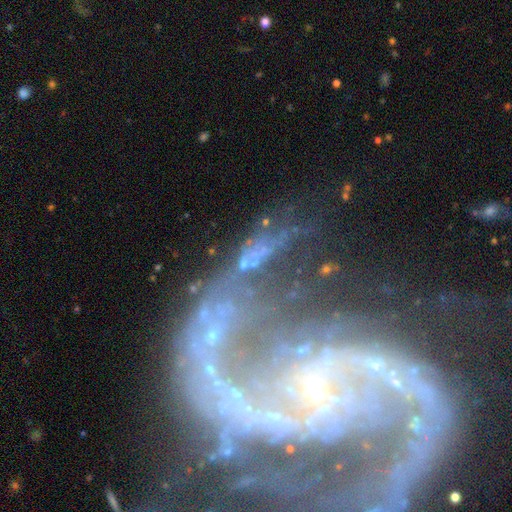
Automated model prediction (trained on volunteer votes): smooth-or-featured: featured or disk: 64% | star or artifact: 22% | smooth: 13%
  disk-edge-on: no: 93% | yes: 7%
    bar: no: 54% | weak: 25% | strong: 21%
    has-spiral-arms: yes: 74% | no: 26%
    bulge-size: small: 57% | moderate: 19% | none: 18% | large: 4% | dominant: 3%
  merging: none: 43% | major disturbance: 25% | minor disturbance: 18% | merger: 13%